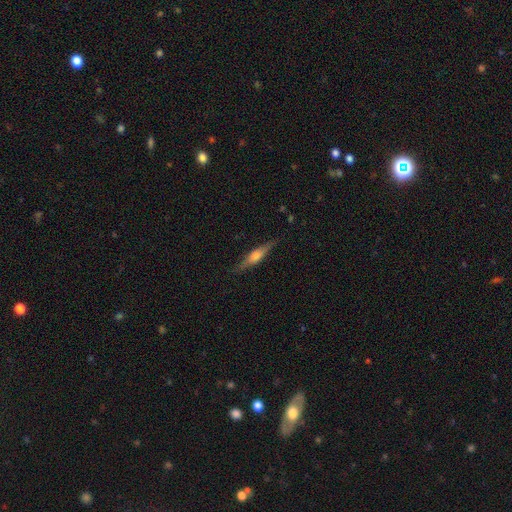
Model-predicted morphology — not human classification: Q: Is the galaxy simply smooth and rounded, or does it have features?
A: featured or disk — 67%.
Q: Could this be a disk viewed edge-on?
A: yes — 96%.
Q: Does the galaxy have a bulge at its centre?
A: rounded — 79%.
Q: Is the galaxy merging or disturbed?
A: none — 86%.